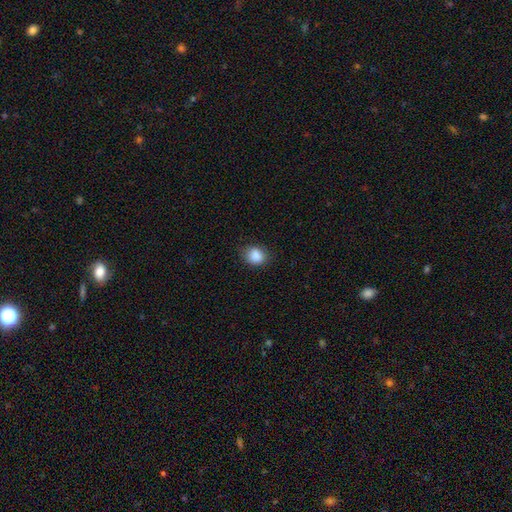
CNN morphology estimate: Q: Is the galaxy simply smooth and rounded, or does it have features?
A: smooth — 88%.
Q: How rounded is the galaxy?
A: round — 54%.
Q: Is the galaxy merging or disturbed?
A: none — 80%.